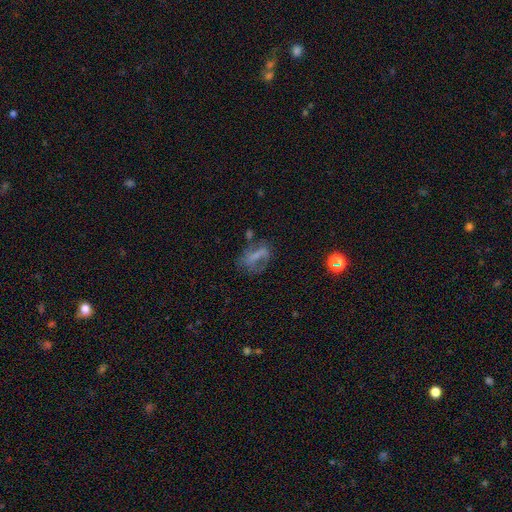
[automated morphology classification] Smooth or featured? Predicted: featured or disk (p=0.44). Merging? Predicted: none (p=0.40).